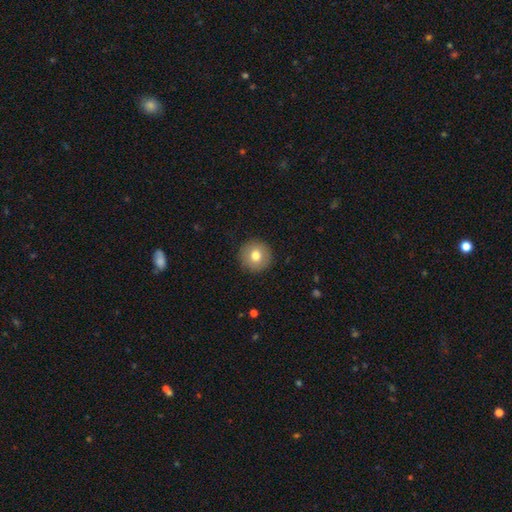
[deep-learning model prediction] The model was most divided on "smooth or featured": smooth: 76%, featured or disk: 16%, star or artifact: 9%. More confident: how rounded — round (96%); merging — none (92%).